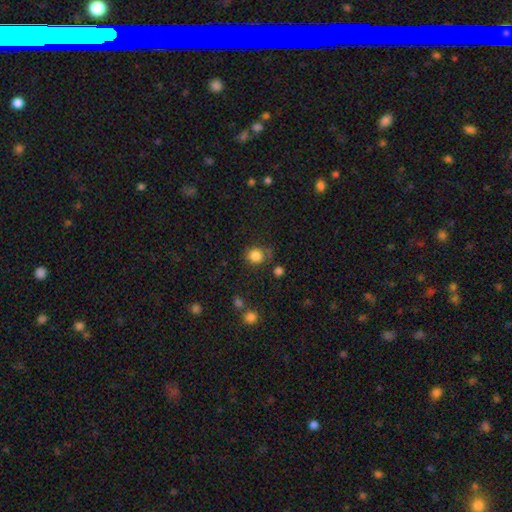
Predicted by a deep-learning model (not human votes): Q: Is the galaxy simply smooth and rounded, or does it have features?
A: smooth — 83%.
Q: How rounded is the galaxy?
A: round — 86%.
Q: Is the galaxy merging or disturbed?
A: none — 71%.